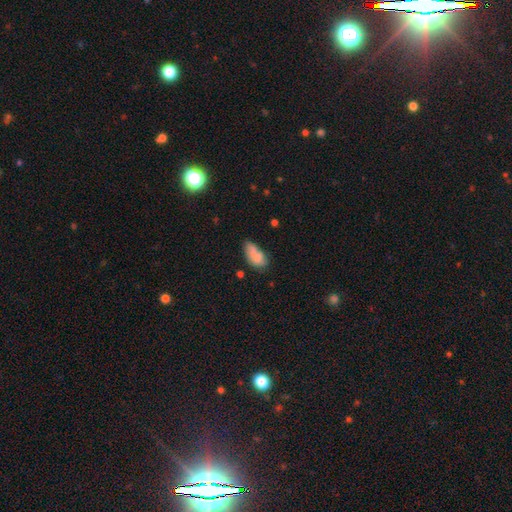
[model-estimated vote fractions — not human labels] smooth-or-featured: smooth: 74% | featured or disk: 17% | star or artifact: 9%
  how-rounded: in between: 89% | round: 6% | cigar-shaped: 5%
  merging: none: 36% | minor disturbance: 32% | merger: 18% | major disturbance: 14%